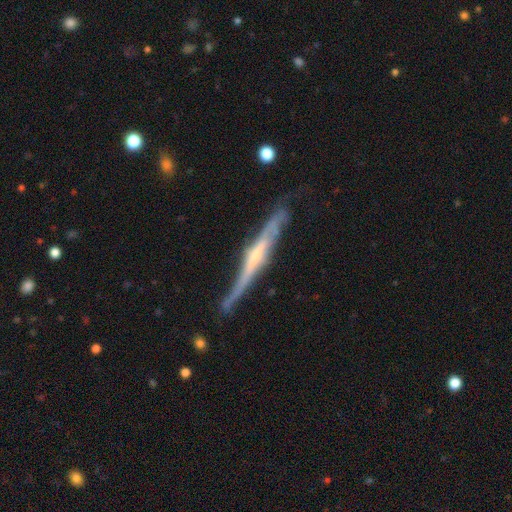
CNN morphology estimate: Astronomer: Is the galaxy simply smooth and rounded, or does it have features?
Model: featured or disk — 76%.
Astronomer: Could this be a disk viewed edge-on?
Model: yes — 90%.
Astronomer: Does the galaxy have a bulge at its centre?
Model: none — 41% (runner-up: rounded, 40%).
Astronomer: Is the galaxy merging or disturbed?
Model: none — 63%.